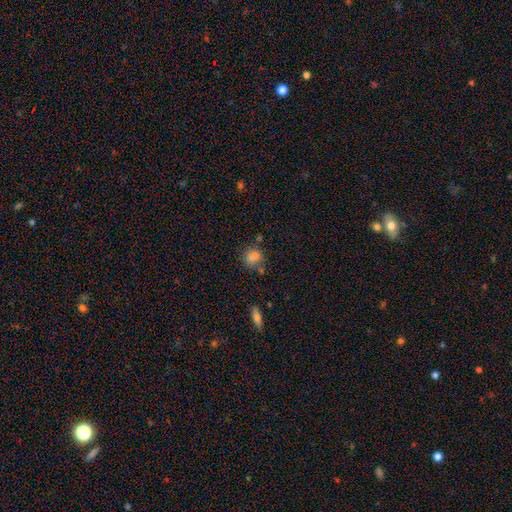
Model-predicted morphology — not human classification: Q: Smooth or featured?
A: smooth (73%); runner-up: star or artifact (14%)
Q: How rounded?
A: round (70%); runner-up: in between (28%)
Q: Merging?
A: none (58%); runner-up: merger (18%)